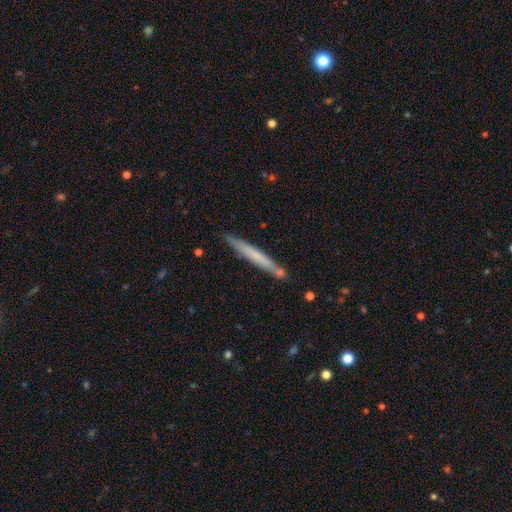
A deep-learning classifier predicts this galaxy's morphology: Smooth or featured?
  - smooth: 56% *
  - featured or disk: 38%
  - star or artifact: 6%
How rounded?
  - cigar-shaped: 97% *
  - in between: 2%
  - round: 1%
Merging?
  - none: 82% *
  - minor disturbance: 11%
  - merger: 5%
  - major disturbance: 2%